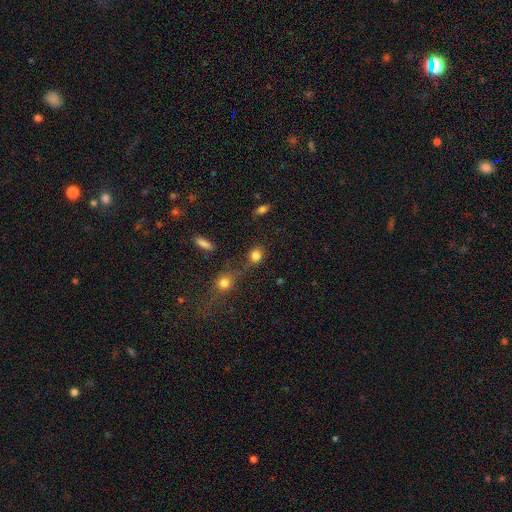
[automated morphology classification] This appears to be a smooth galaxy with no disk features (82%) that is round (67%). Merging: none (59%).